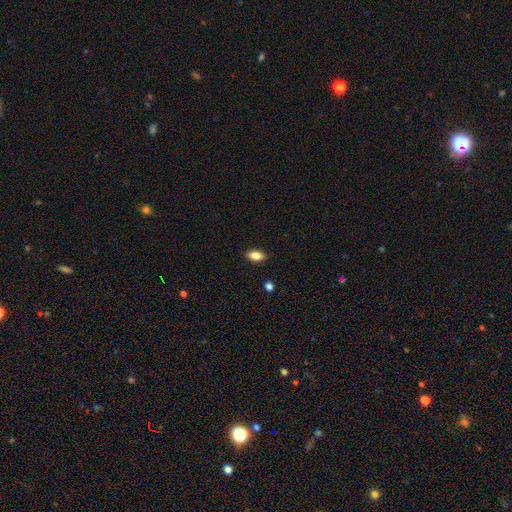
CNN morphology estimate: Smooth or featured: smooth — 80% (featured or disk — 12%)
How rounded: in between — 89% (cigar-shaped — 7%)
Merging: none — 89% (minor disturbance — 8%)